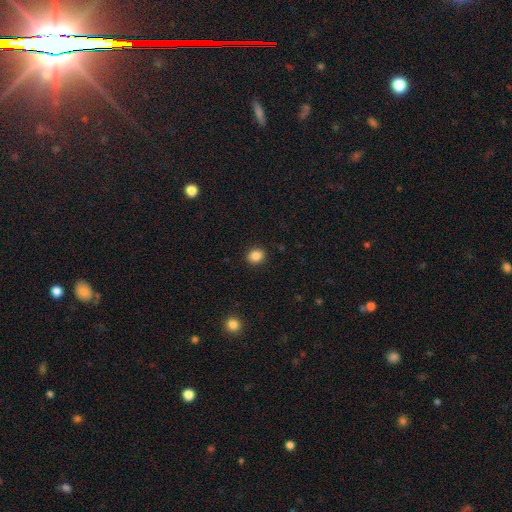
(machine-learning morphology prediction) type=smooth (86%); roundness=round (74%); merging=none (91%).